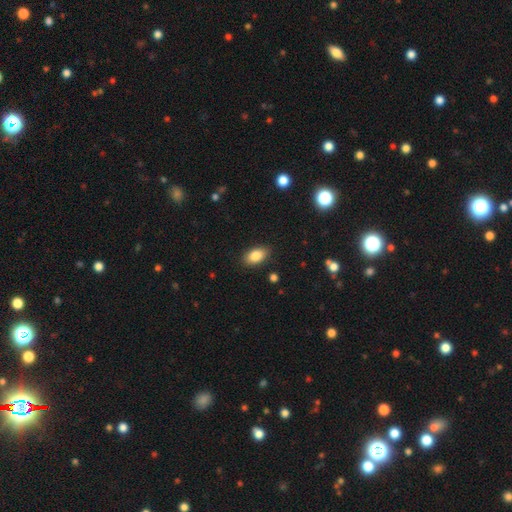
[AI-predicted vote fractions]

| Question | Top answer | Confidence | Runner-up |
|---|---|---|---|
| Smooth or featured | smooth | 85% | star or artifact (8%) |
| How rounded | in between | 91% | round (7%) |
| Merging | none | 87% | minor disturbance (9%) |